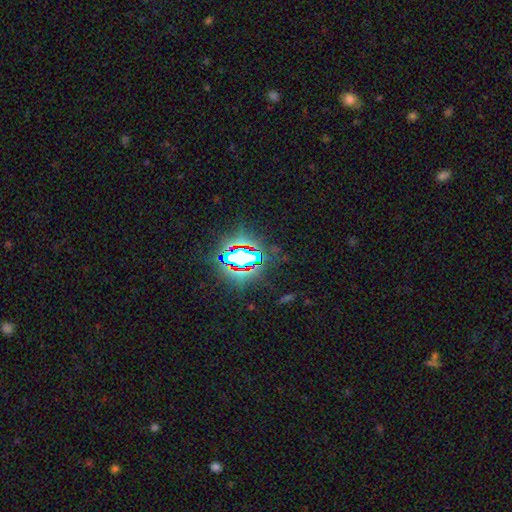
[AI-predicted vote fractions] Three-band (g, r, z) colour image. It shows a star or artifact, not a galaxy (83%).